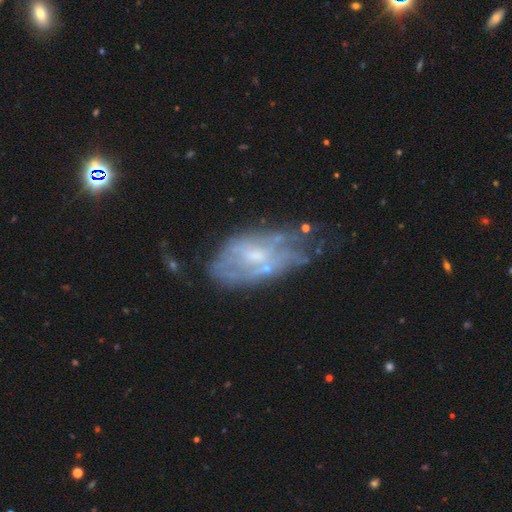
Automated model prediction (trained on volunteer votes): Q: Smooth or featured?
A: featured or disk (67%); runner-up: smooth (24%)
Q: Edge-on disk?
A: no (93%); runner-up: yes (7%)
Q: Bar?
A: no (65%); runner-up: weak (30%)
Q: Spiral arms?
A: no (53%); runner-up: yes (47%)
Q: Bulge size?
A: small (47%); runner-up: moderate (36%)
Q: Merging?
A: none (41%); runner-up: minor disturbance (29%)